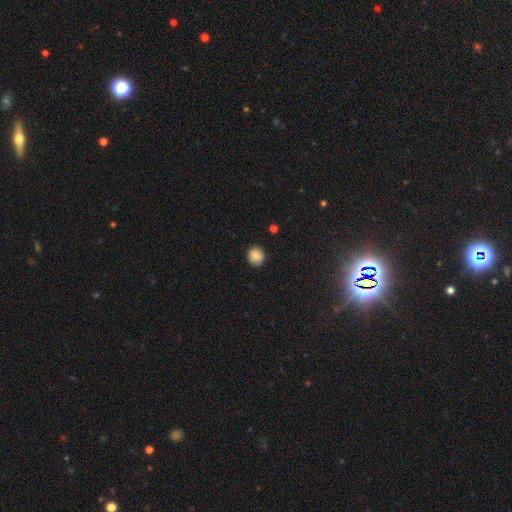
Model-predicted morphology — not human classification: Smooth or featured? smooth (87%)
How rounded? round (86%)
Merging? none (88%)